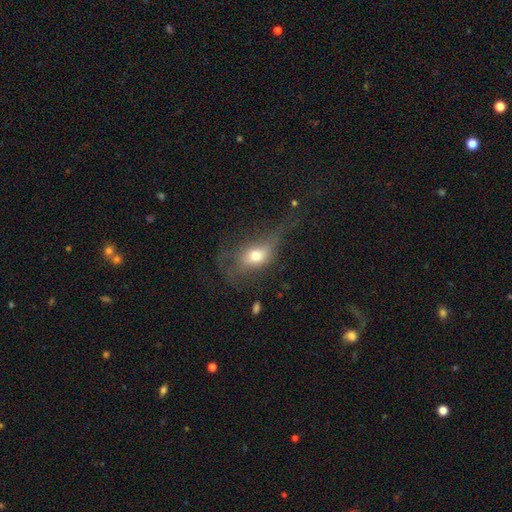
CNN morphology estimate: smooth 57%, featured or disk 31%, star or artifact 12%. Down the decision tree: how rounded — in between (71%); merging — major disturbance (39%).